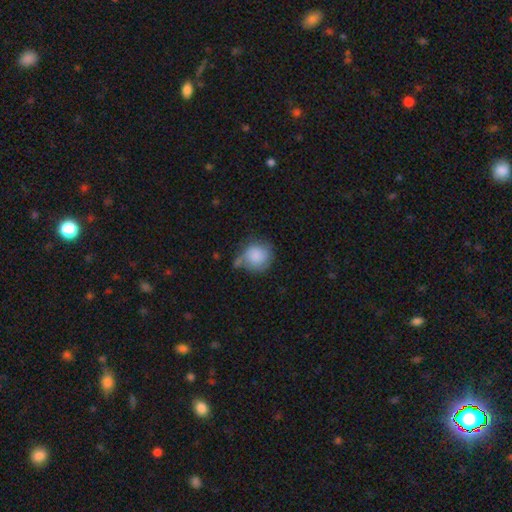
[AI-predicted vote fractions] Q: Smooth or featured?
A: smooth (82%); runner-up: featured or disk (11%)
Q: How rounded?
A: round (85%); runner-up: in between (14%)
Q: Merging?
A: none (41%); runner-up: minor disturbance (33%)